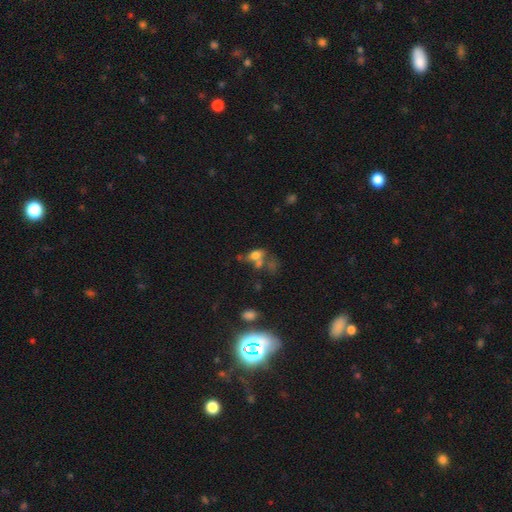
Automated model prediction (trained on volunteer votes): Smooth or featured? smooth (62%)
How rounded? in between (78%)
Merging? merger (42%)